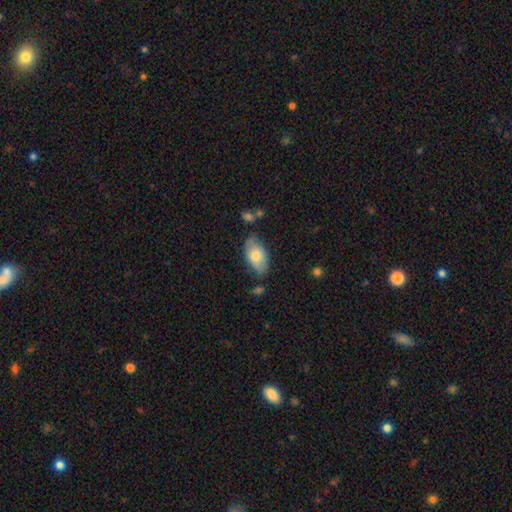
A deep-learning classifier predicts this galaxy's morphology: smooth_or_featured: smooth (p=0.72) [alt: featured or disk p=0.22]
how_rounded: in between (p=0.94) [alt: round p=0.04]
merging: none (p=0.66) [alt: minor disturbance p=0.25]